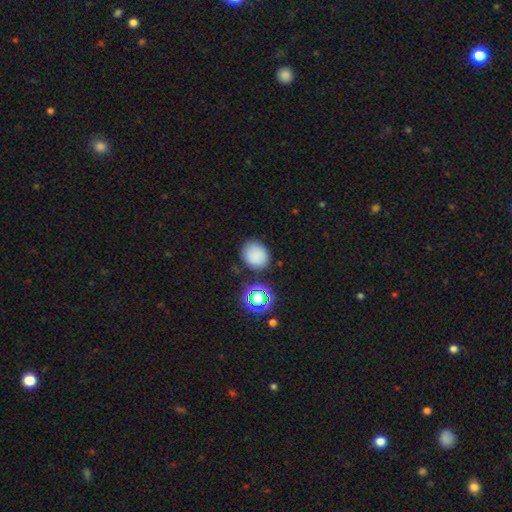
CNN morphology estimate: smooth_or_featured: smooth (p=0.81) [alt: star or artifact p=0.14]
how_rounded: round (p=0.68) [alt: in between p=0.31]
merging: none (p=0.81) [alt: minor disturbance p=0.11]